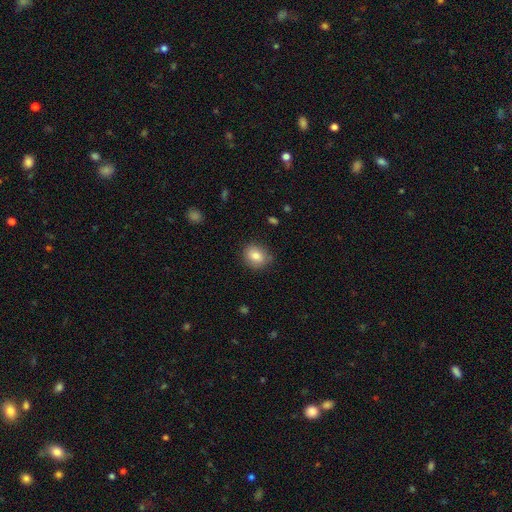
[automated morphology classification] The model was most divided on "how rounded": round: 60%, in between: 39%, cigar-shaped: 1%. More confident: smooth or featured — smooth (83%); merging — none (82%).